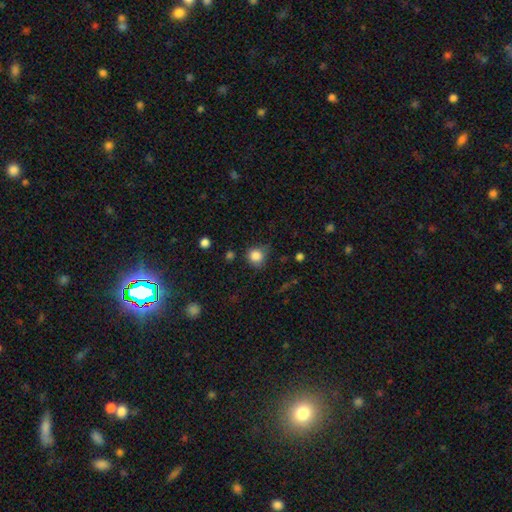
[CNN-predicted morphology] smooth 85%, star or artifact 11%, featured or disk 5%. Down the decision tree: how rounded — round (87%); merging — none (63%).